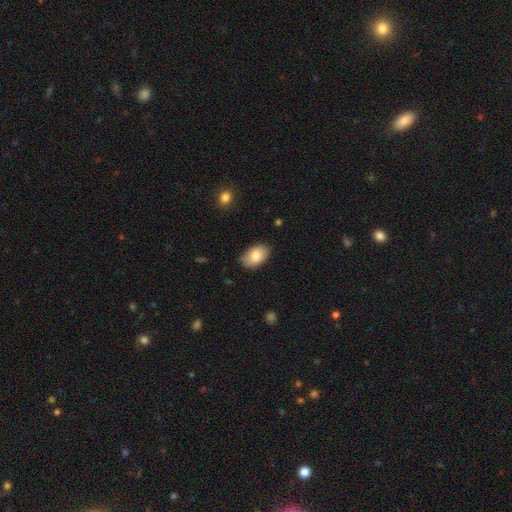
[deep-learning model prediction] The model was most divided on "merging": none: 81%, minor disturbance: 15%, major disturbance: 2%, merger: 1%. More confident: how rounded — in between (90%); smooth or featured — smooth (80%).